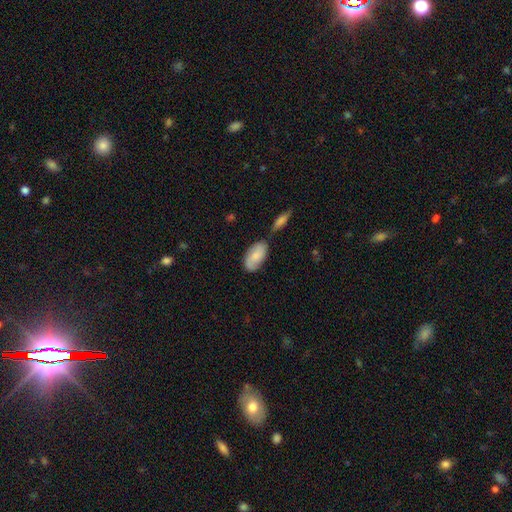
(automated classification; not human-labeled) Overall: smooth (69%). How rounded: in between (92%). Merging: none (54%; minor disturbance 20%).